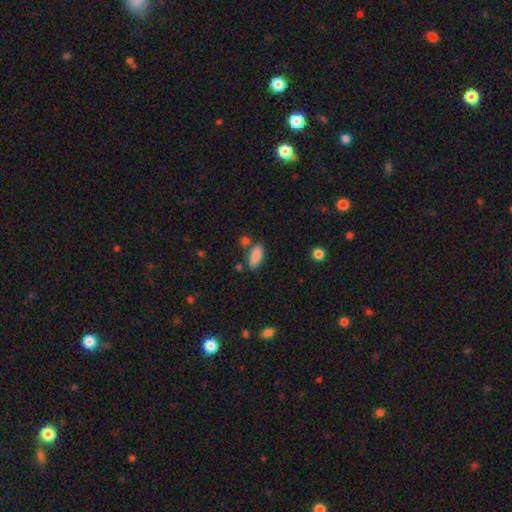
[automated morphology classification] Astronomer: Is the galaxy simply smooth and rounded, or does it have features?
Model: smooth — 87%.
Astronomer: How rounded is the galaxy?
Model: in between — 83%.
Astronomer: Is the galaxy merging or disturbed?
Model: none — 69%.